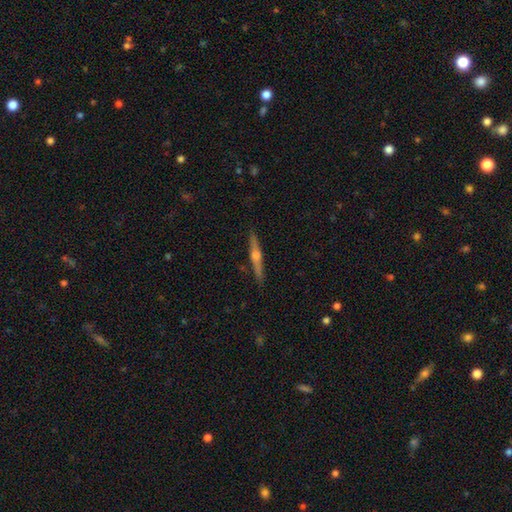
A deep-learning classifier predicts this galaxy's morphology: Smooth or featured? Predicted: featured or disk (p=0.73). Edge-on disk? Predicted: yes (p=0.98). Edge-on bulge? Predicted: rounded (p=0.87). Merging? Predicted: none (p=0.91).